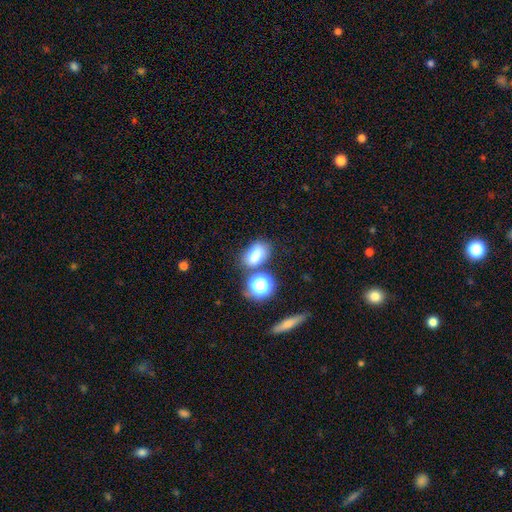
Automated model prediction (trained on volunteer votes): Smooth or featured? Predicted: smooth (p=0.78). How rounded? Predicted: in between (p=0.73). Merging? Predicted: none (p=0.65).